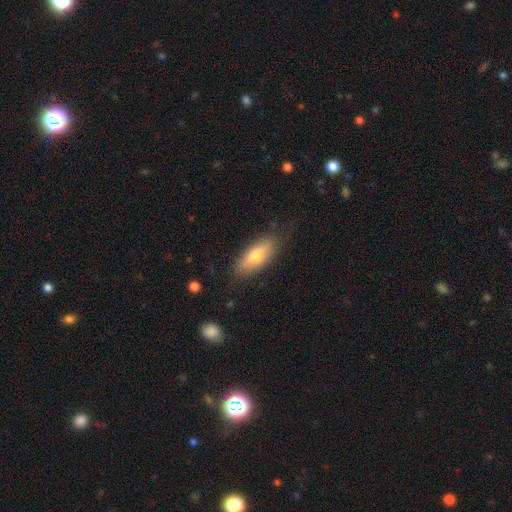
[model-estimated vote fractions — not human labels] Q: Smooth or featured?
A: smooth (71%); runner-up: featured or disk (23%)
Q: How rounded?
A: in between (74%); runner-up: cigar-shaped (24%)
Q: Merging?
A: none (77%); runner-up: minor disturbance (17%)